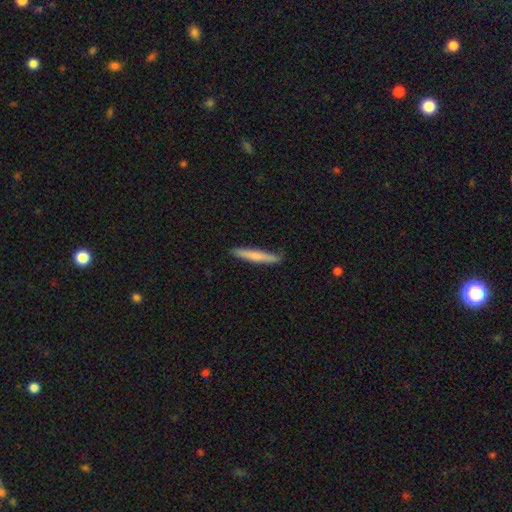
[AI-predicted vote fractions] Morphology: type=smooth (72%); roundness=cigar-shaped (95%); merging=none (87%).